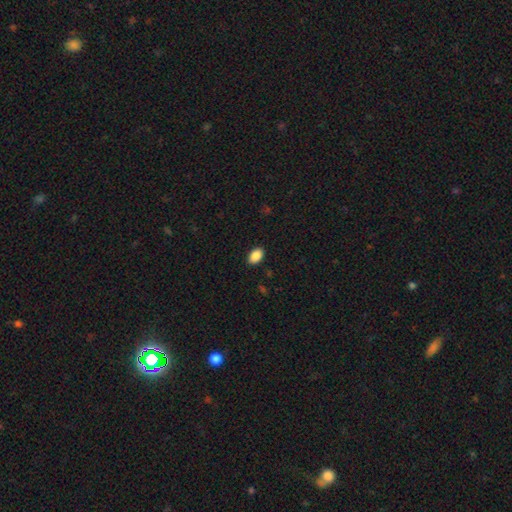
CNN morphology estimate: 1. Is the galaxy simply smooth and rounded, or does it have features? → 89% smooth, 8% star or artifact, 3% featured or disk.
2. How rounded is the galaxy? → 89% in between, 9% round, 1% cigar-shaped.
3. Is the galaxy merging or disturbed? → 89% none, 8% minor disturbance, 2% major disturbance, 1% merger.